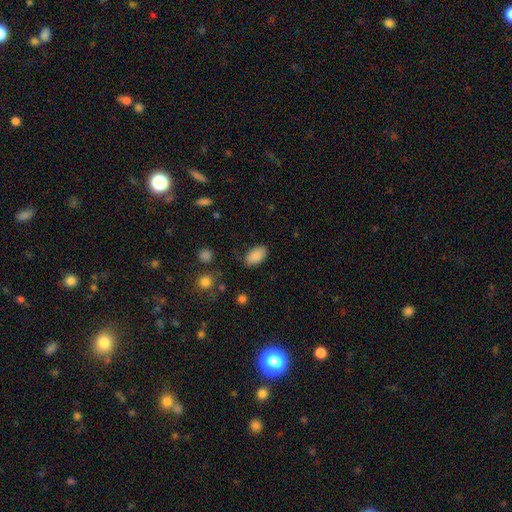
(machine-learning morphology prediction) smooth_or_featured: smooth (p=0.88) [alt: star or artifact p=0.08]
how_rounded: in between (p=0.93) [alt: round p=0.05]
merging: none (p=0.81) [alt: minor disturbance p=0.14]